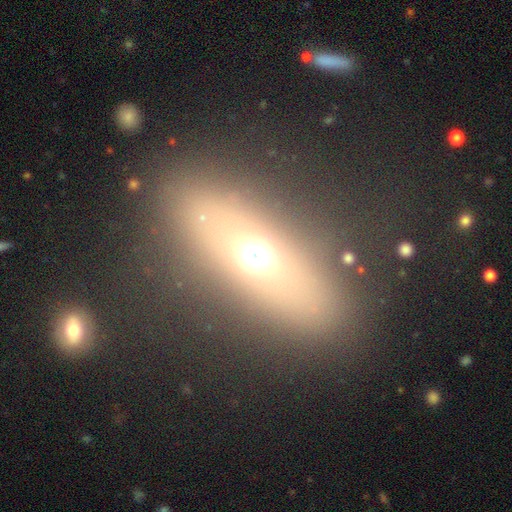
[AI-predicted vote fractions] Smooth or featured? smooth (52%)
How rounded? in between (60%)
Merging? none (83%)